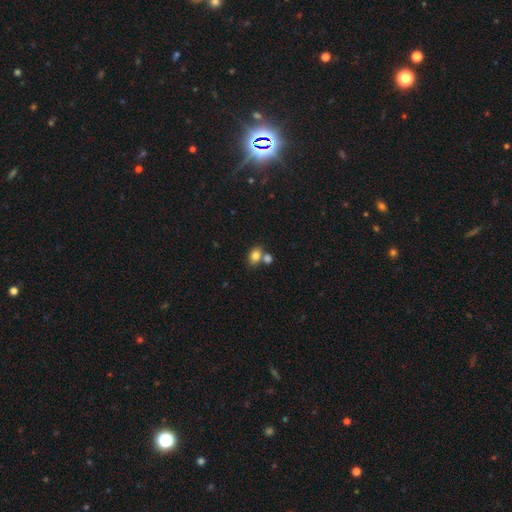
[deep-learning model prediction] Q: Smooth or featured?
A: smooth (81%); runner-up: star or artifact (10%)
Q: How rounded?
A: in between (70%); runner-up: round (29%)
Q: Merging?
A: none (51%); runner-up: merger (34%)